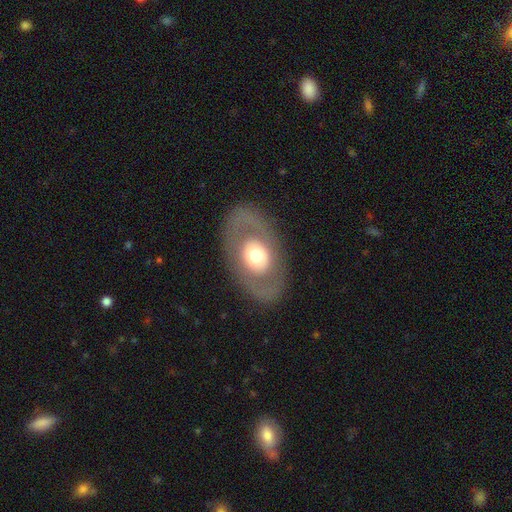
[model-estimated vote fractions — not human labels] Smooth or featured?
  - featured or disk: 53% *
  - smooth: 40%
  - star or artifact: 6%
Edge-on disk?
  - no: 90% *
  - yes: 10%
Merging?
  - none: 82% *
  - minor disturbance: 10%
  - major disturbance: 7%
  - merger: 1%